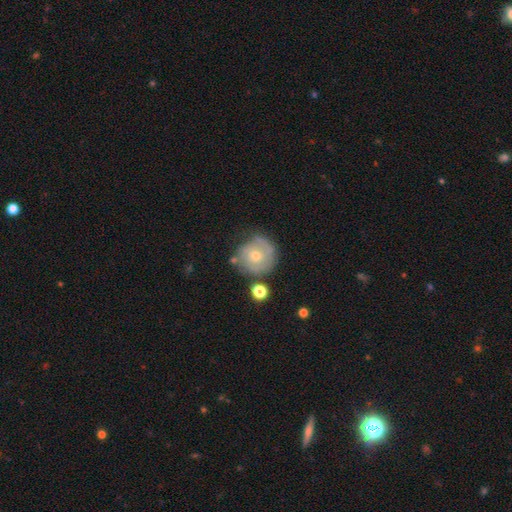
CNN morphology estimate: Smooth or featured: featured or disk — 53% (smooth — 39%)
Edge-on disk: no — 97% (yes — 3%)
Bar: no — 80% (weak — 17%)
Spiral arms: yes — 65% (no — 35%)
Bulge size: moderate — 48% (tied with small — 48%)
Merging: none — 62% (minor disturbance — 23%)